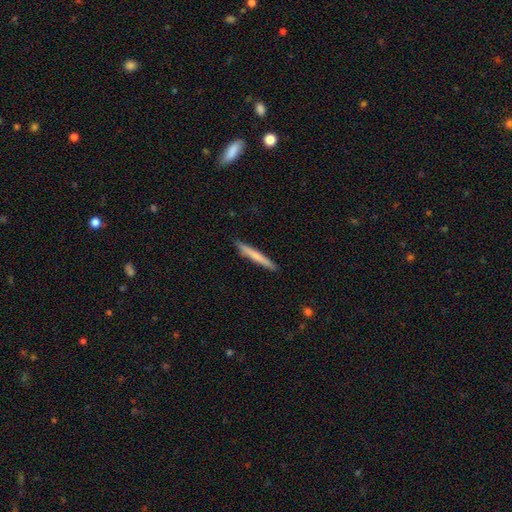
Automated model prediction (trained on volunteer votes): The model was most divided on "smooth or featured": smooth: 66%, featured or disk: 29%, star or artifact: 5%. More confident: how rounded — cigar-shaped (96%); merging — none (90%).